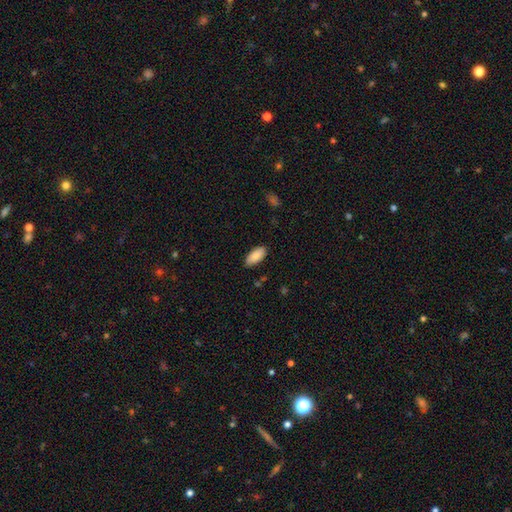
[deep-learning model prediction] Morphology: type=smooth (87%); roundness=in between (91%); merging=none (85%).